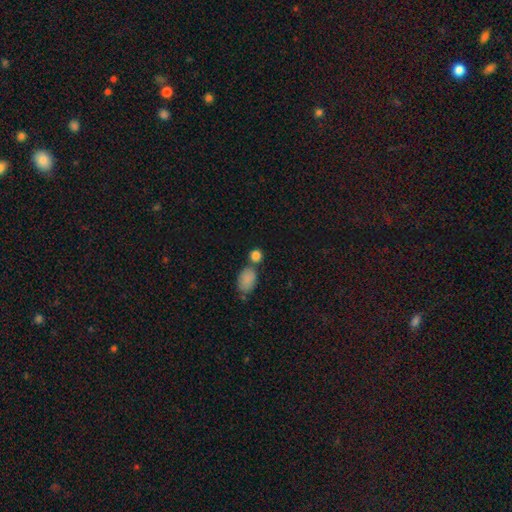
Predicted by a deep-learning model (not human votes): Smooth or featured? smooth (84%)
How rounded? round (62%)
Merging? none (56%)